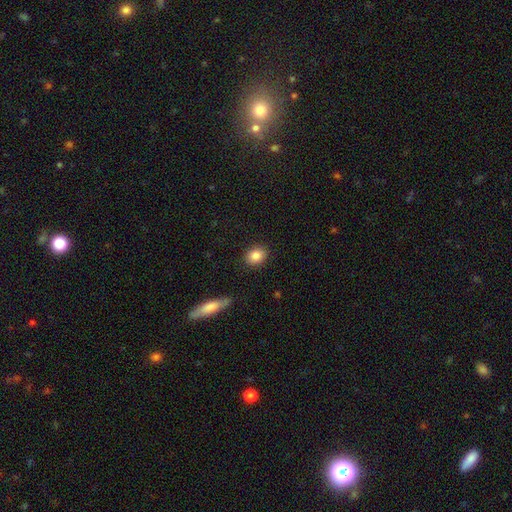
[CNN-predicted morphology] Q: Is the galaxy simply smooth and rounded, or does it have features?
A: smooth — 85%.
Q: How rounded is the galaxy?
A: round — 53%.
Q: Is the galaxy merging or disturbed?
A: none — 89%.